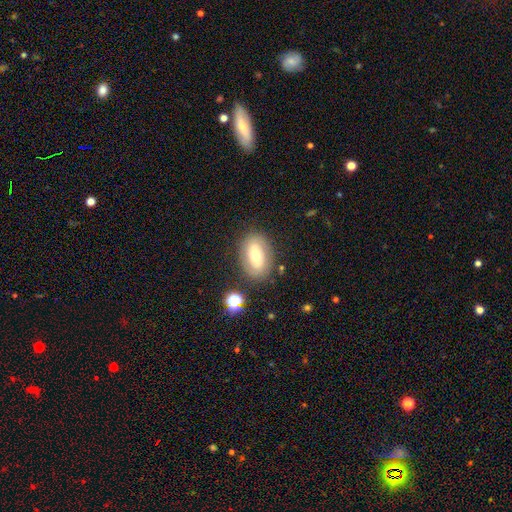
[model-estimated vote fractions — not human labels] Overall: smooth (52%; featured or disk 38%). How rounded: in between (87%). Merging: none (80%).